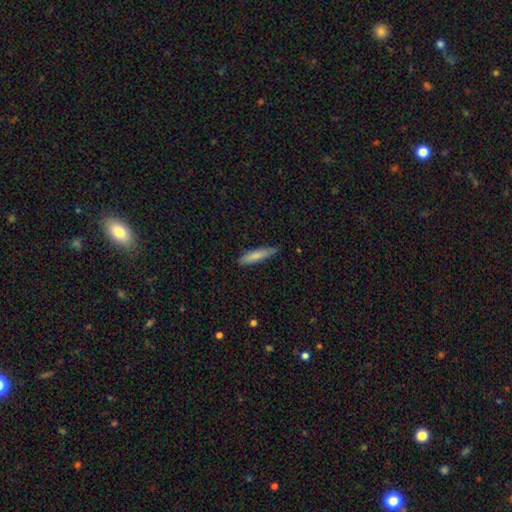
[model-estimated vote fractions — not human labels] Q: Smooth or featured?
A: smooth (79%); runner-up: featured or disk (16%)
Q: How rounded?
A: cigar-shaped (79%); runner-up: in between (19%)
Q: Merging?
A: none (80%); runner-up: minor disturbance (17%)